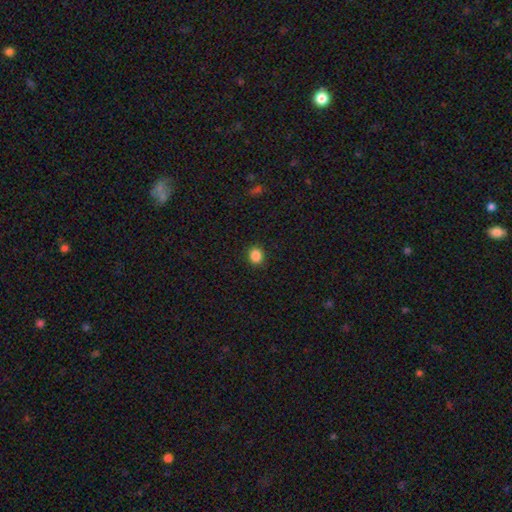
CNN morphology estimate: smooth-or-featured: smooth: 86% | star or artifact: 11% | featured or disk: 3%
  how-rounded: round: 72% | in between: 27% | cigar-shaped: 1%
  merging: none: 91% | minor disturbance: 6% | major disturbance: 2% | merger: 1%